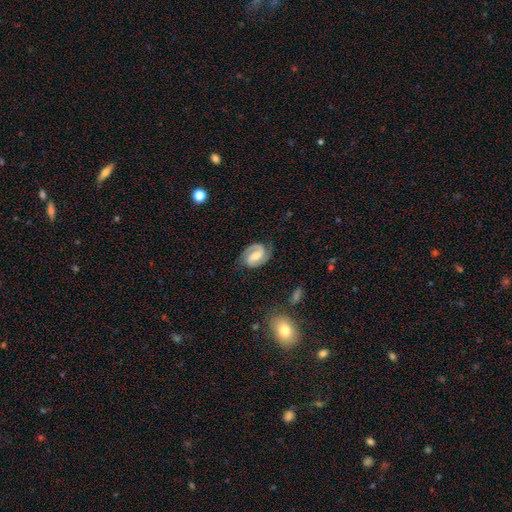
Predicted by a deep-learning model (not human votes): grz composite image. It shows a featured or disk galaxy (86%) with a weak bar (49%), 2 (91%) medium (51%) spiral arms (97%) and a moderate central bulge (50%). Merging: none (79%).